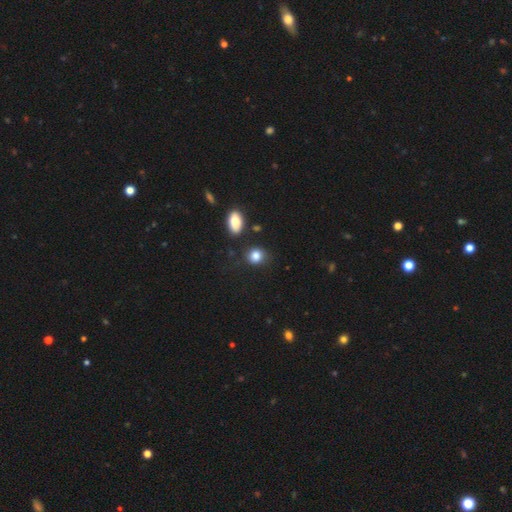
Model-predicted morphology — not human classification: Q: Smooth or featured?
A: smooth (86%); runner-up: star or artifact (9%)
Q: How rounded?
A: round (69%); runner-up: in between (30%)
Q: Merging?
A: none (77%); runner-up: minor disturbance (14%)